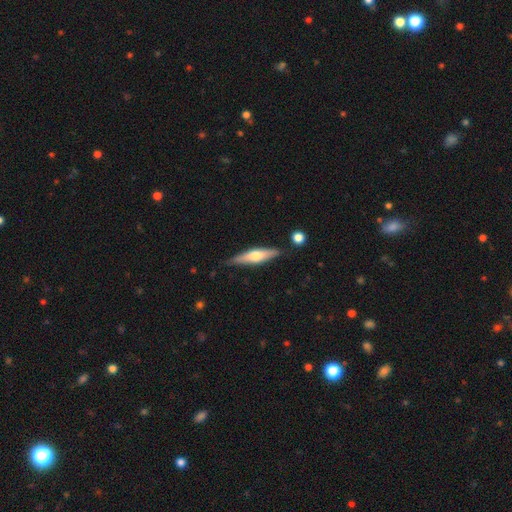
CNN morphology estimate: featured or disk 54%, smooth 40%, star or artifact 5%. Down the decision tree: edge-on disk — yes (93%); edge-on bulge — rounded (91%); merging — none (82%).